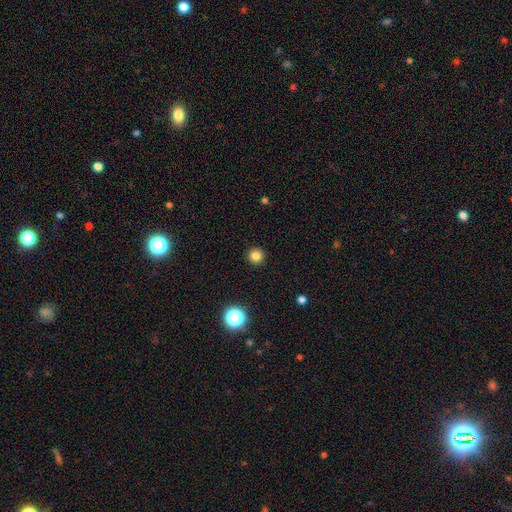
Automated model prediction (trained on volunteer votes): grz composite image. It shows a smooth galaxy with no disk features (81%) that is round (96%). Merging: none (93%).